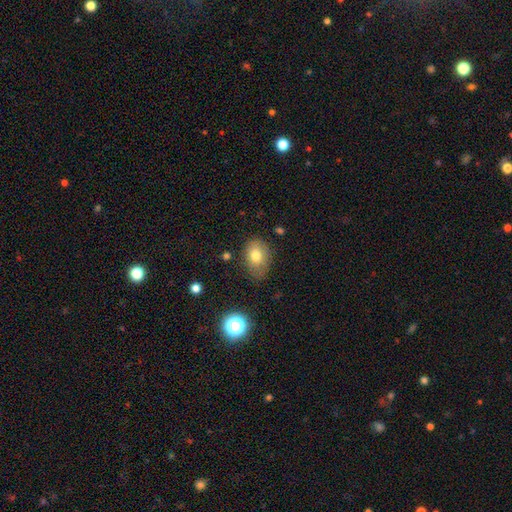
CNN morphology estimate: Smooth or featured? Predicted: smooth (p=0.76). How rounded? Predicted: in between (p=0.71). Merging? Predicted: none (p=0.66).